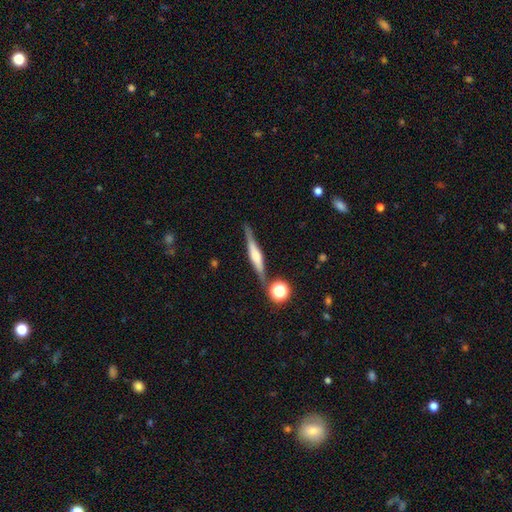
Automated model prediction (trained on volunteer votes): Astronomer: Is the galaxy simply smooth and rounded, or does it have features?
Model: featured or disk — 68%.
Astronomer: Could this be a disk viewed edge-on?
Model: yes — 97%.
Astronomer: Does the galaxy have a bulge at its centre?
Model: rounded — 58% (runner-up: boxy, 34%).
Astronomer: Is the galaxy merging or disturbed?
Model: none — 81%.